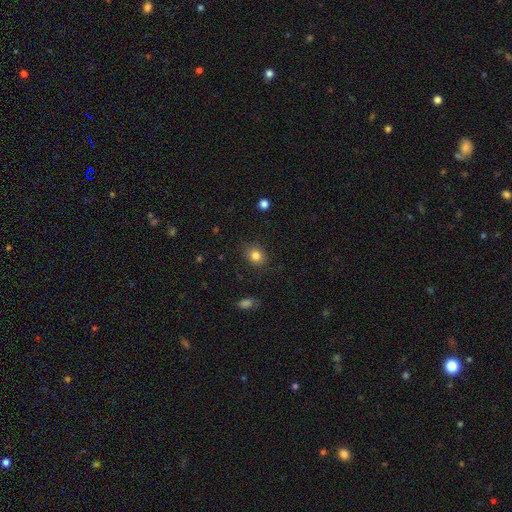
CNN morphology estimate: Smooth or featured: smooth — 83% (star or artifact — 11%)
How rounded: round — 64% (in between — 35%)
Merging: none — 83% (minor disturbance — 13%)